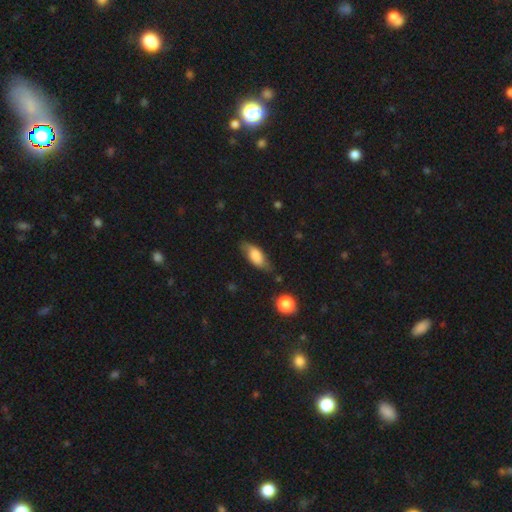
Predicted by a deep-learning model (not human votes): A smooth galaxy with no disk features (68%) that is in between round and cigar-shaped (80%).

Vote fractions:
- Smooth or featured? smooth: 68% / featured or disk: 24% / star or artifact: 8%
- How rounded? in between: 80% / cigar-shaped: 16% / round: 4%
- Merging? none: 67% / minor disturbance: 24% / major disturbance: 6% / merger: 3%